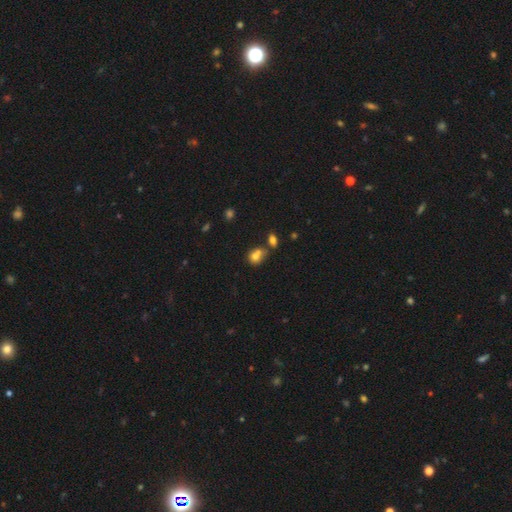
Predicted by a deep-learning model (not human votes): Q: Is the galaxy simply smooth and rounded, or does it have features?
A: smooth — 75%.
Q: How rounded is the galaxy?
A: round — 53%.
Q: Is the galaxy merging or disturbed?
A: merger — 47%.